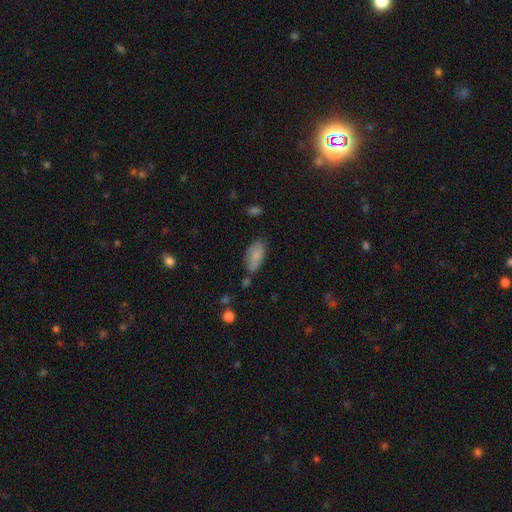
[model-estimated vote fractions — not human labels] Smooth or featured: smooth — 78% (featured or disk — 15%)
How rounded: in between — 92% (cigar-shaped — 5%)
Merging: none — 60% (minor disturbance — 27%)